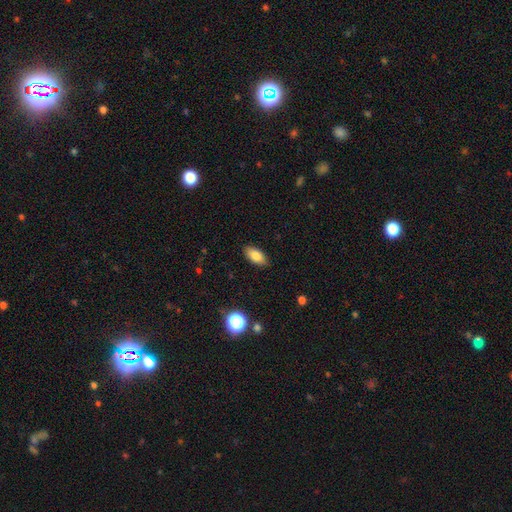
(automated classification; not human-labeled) Morphology: type=smooth (82%); roundness=in between (89%); merging=none (87%).